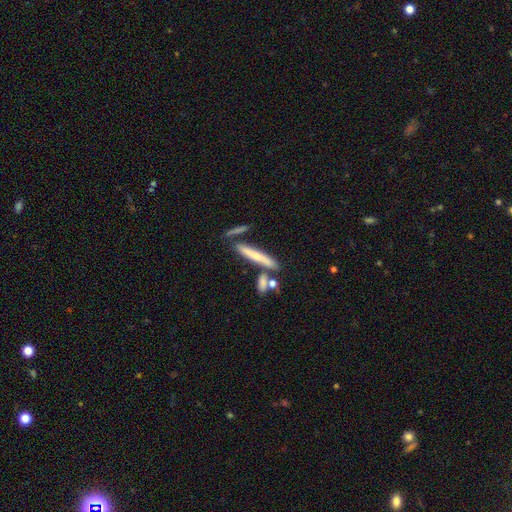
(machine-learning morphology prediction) smooth_or_featured: featured or disk (p=0.47) [alt: smooth p=0.45]
merging: none (p=0.66) [alt: merger p=0.16]